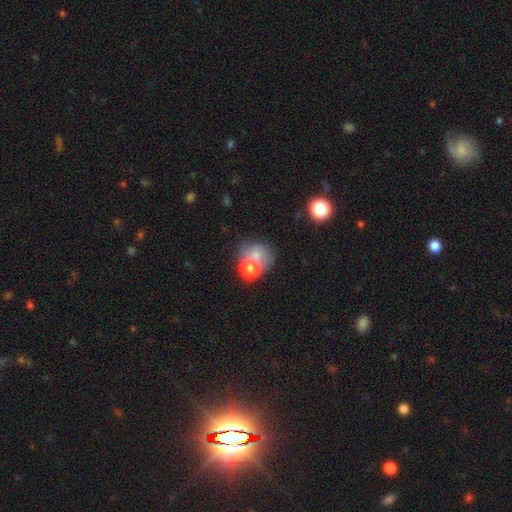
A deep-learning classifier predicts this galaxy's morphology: The model was most divided on "merging": merger: 47%, none: 32%, minor disturbance: 11%, major disturbance: 10%. More confident: how rounded — round (68%); smooth or featured — smooth (68%).